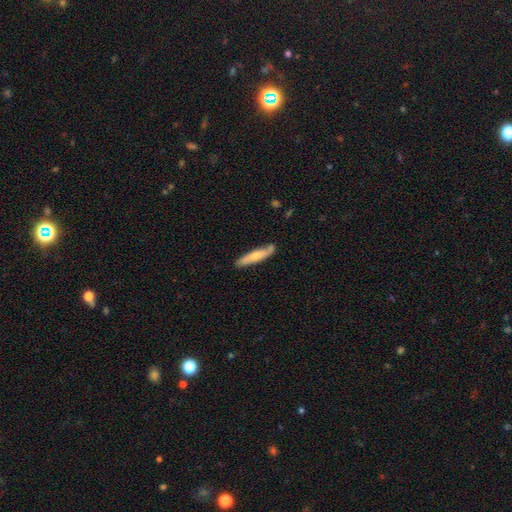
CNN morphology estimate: This appears to be a smooth galaxy with no disk features (59%) that is cigar-shaped (85%). Merging: none (77%).